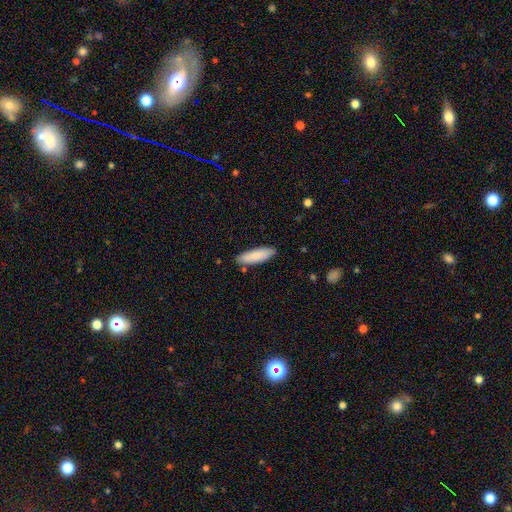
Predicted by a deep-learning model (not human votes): Morphology: type=smooth (86%); roundness=cigar-shaped (53%); merging=none (85%).